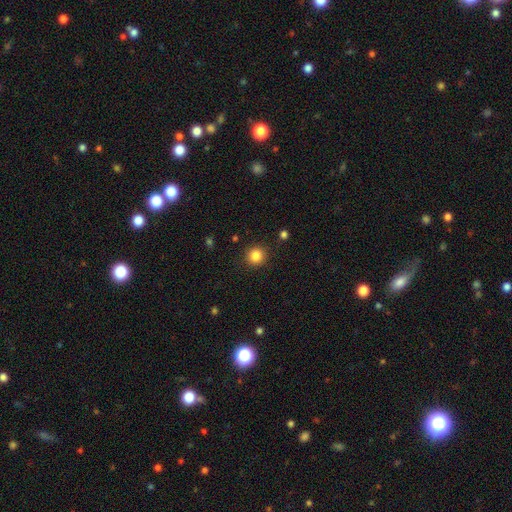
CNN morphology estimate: A smooth galaxy with no disk features (84%) that is round (92%). Merging: none (90%).